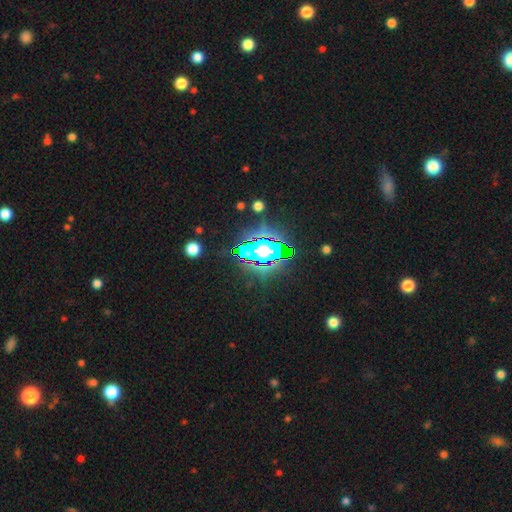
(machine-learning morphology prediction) type=star or artifact (83%).